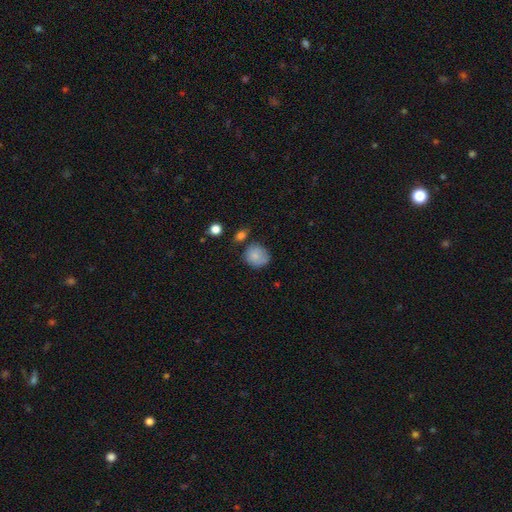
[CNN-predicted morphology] smooth_or_featured: smooth (p=0.80) [alt: featured or disk p=0.12]
how_rounded: round (p=0.77) [alt: in between p=0.22]
merging: none (p=0.60) [alt: minor disturbance p=0.26]